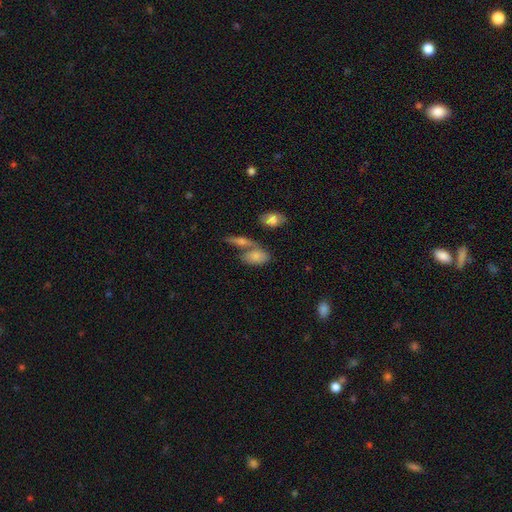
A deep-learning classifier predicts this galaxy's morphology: type=smooth (73%); roundness=in between (88%); merging=merger (40%).